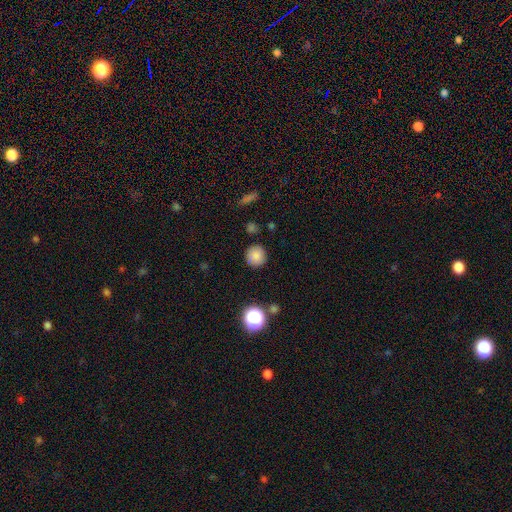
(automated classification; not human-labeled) Smooth or featured? Predicted: smooth (p=0.84). How rounded? Predicted: round (p=0.92). Merging? Predicted: none (p=0.88).